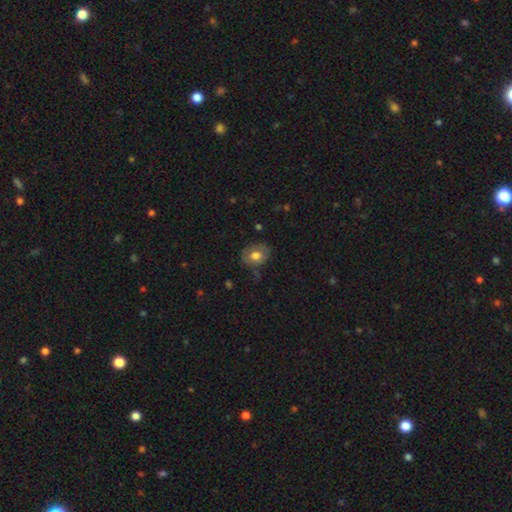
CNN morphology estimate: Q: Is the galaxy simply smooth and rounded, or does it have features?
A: smooth — 63%.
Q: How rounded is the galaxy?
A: round — 51%.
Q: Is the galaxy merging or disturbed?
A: none — 71%.